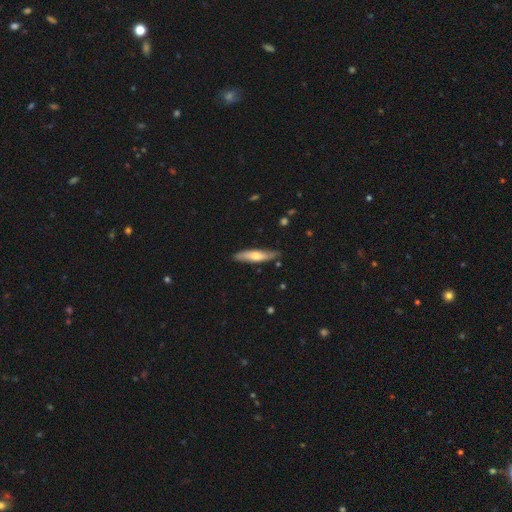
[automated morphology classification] smooth_or_featured: smooth (p=0.56) [alt: featured or disk p=0.39]
how_rounded: cigar-shaped (p=0.79) [alt: in between p=0.20]
merging: none (p=0.85) [alt: minor disturbance p=0.12]